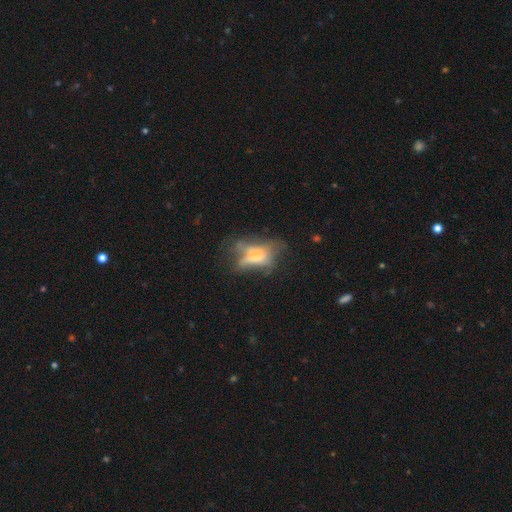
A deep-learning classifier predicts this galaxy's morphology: The model was most divided on "smooth or featured": smooth: 44%, featured or disk: 42%, star or artifact: 14%. Remaining: merging — major disturbance (40%).